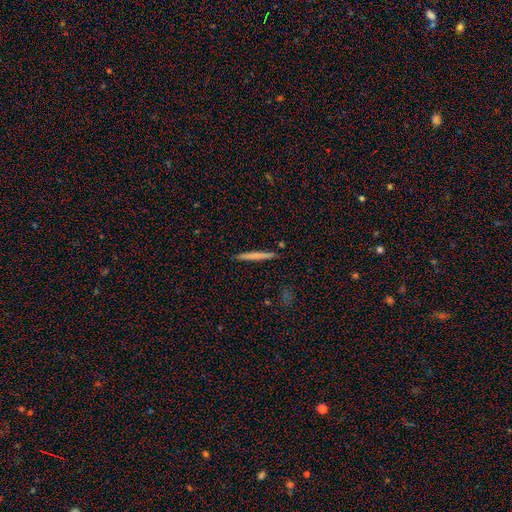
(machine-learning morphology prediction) Smooth or featured?
  - smooth: 66% *
  - featured or disk: 29%
  - star or artifact: 6%
How rounded?
  - cigar-shaped: 97% *
  - in between: 2%
  - round: 1%
Merging?
  - none: 90% *
  - minor disturbance: 6%
  - merger: 2%
  - major disturbance: 1%